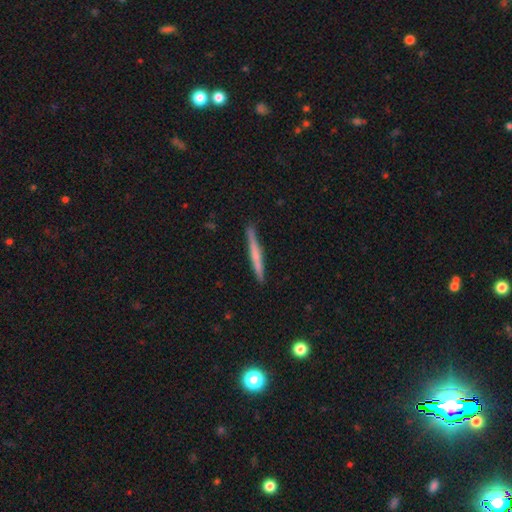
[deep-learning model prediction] Q: Smooth or featured?
A: smooth (48%); runner-up: featured or disk (46%)
Q: Merging?
A: none (90%); runner-up: minor disturbance (8%)